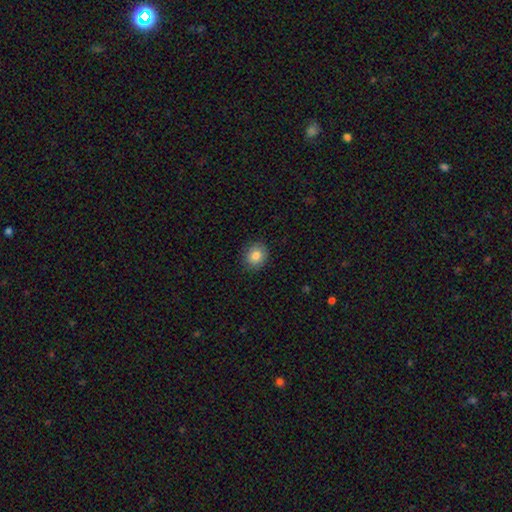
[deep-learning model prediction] smooth 84%, star or artifact 9%, featured or disk 7%. Down the decision tree: how rounded — round (73%); merging — none (88%).